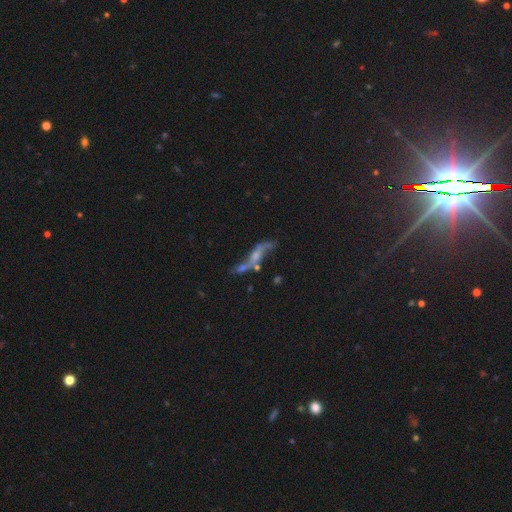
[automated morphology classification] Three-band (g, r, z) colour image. It shows a featured or disk galaxy (63%). Merging: none (34%).